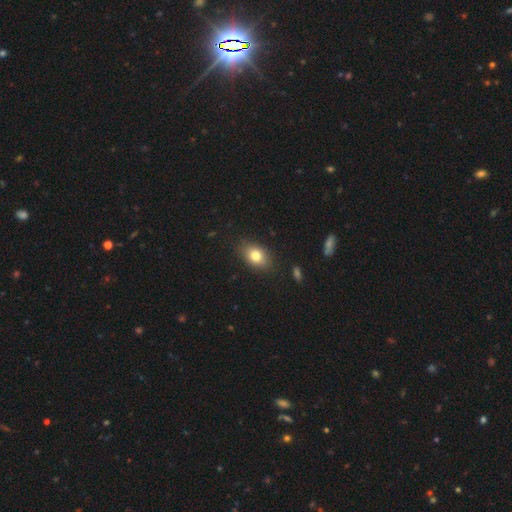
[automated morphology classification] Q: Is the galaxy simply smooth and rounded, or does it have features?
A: smooth — 80%.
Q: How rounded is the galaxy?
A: in between — 77%.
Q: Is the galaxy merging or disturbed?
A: none — 84%.